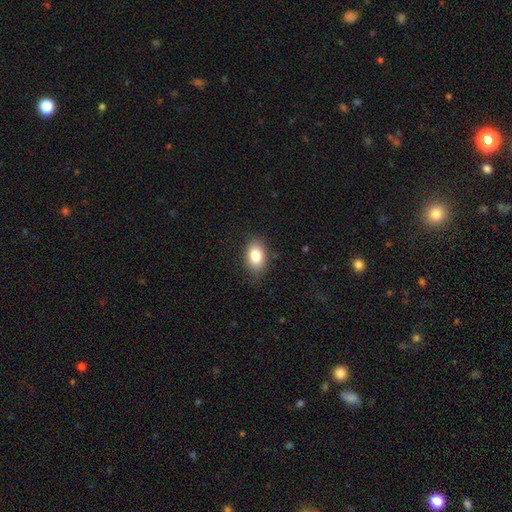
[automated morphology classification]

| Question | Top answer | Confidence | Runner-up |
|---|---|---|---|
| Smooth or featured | smooth | 81% | featured or disk (10%) |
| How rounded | in between | 85% | round (13%) |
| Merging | none | 83% | minor disturbance (13%) |